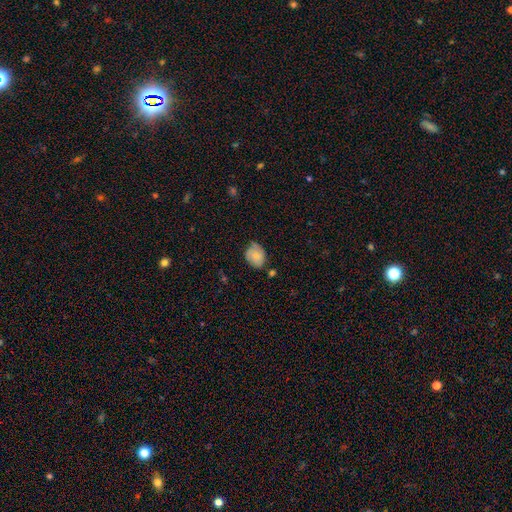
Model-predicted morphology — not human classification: smooth_or_featured: smooth (p=0.71) [alt: featured or disk p=0.21]
how_rounded: in between (p=0.55) [alt: round p=0.44]
merging: none (p=0.54) [alt: minor disturbance p=0.33]